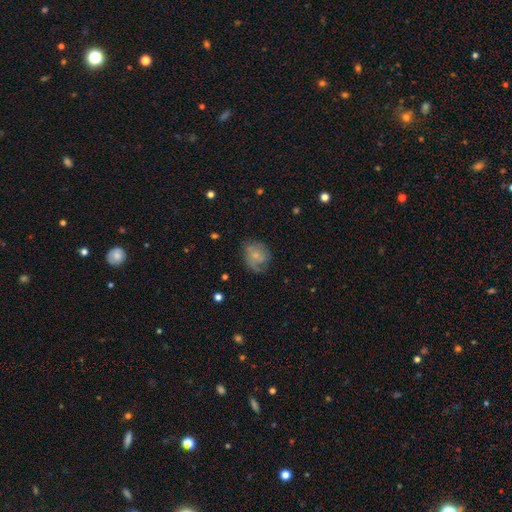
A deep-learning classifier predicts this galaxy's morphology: This appears to be a smooth galaxy with no disk features (52%) that is round (58%). Merging: none (56%).